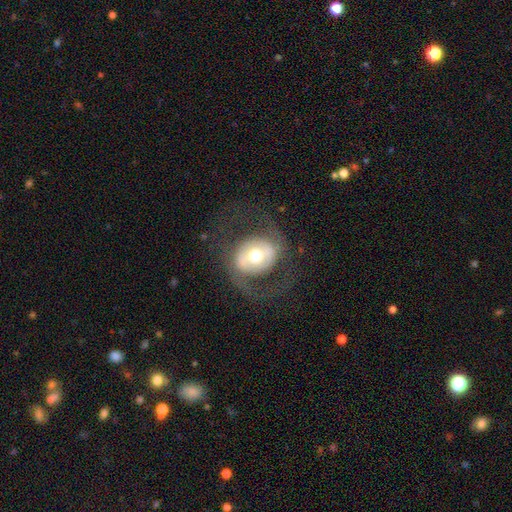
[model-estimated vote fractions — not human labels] Smooth or featured? Predicted: featured or disk (p=0.58). Edge-on disk? Predicted: no (p=0.95). Bar? Predicted: no (p=0.57). Spiral arms? Predicted: no (p=0.55). Bulge size? Predicted: moderate (p=0.69). Merging? Predicted: none (p=0.65).